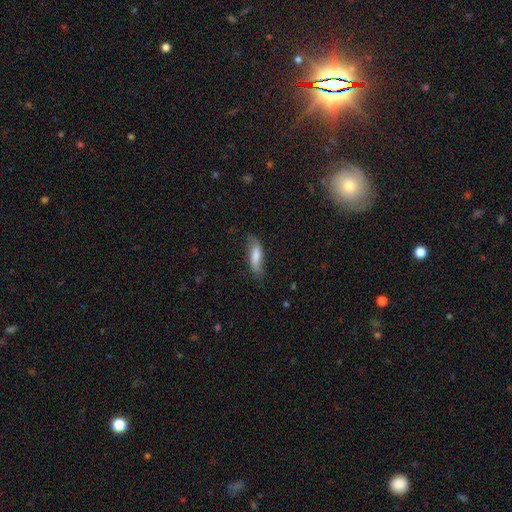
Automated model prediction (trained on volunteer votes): smooth 68%, featured or disk 26%, star or artifact 6%. Down the decision tree: how rounded — in between (56%); merging — none (67%).